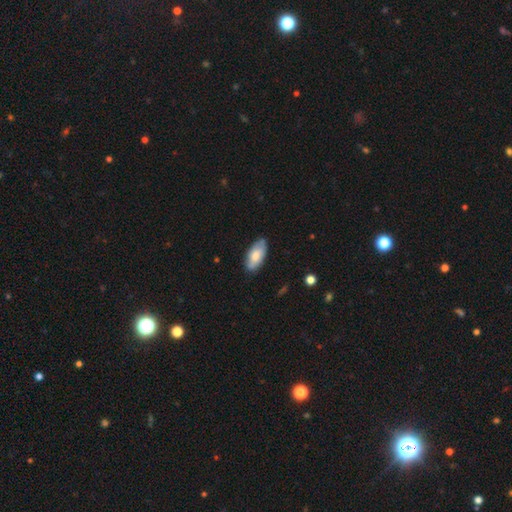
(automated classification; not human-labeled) Overall: smooth (70%). How rounded: in between (91%). Merging: none (79%).